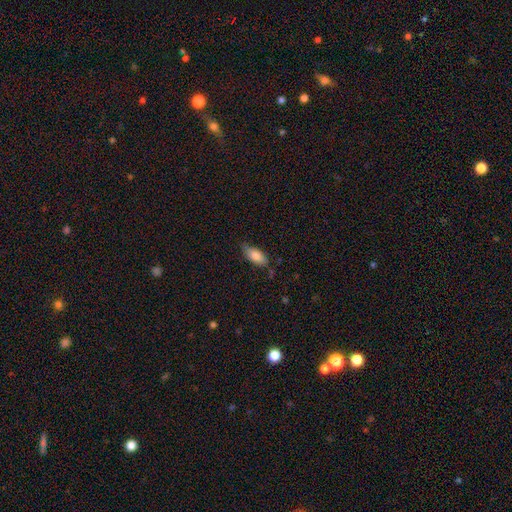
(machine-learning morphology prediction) Overall: smooth (82%). How rounded: in between (83%). Merging: none (71%).